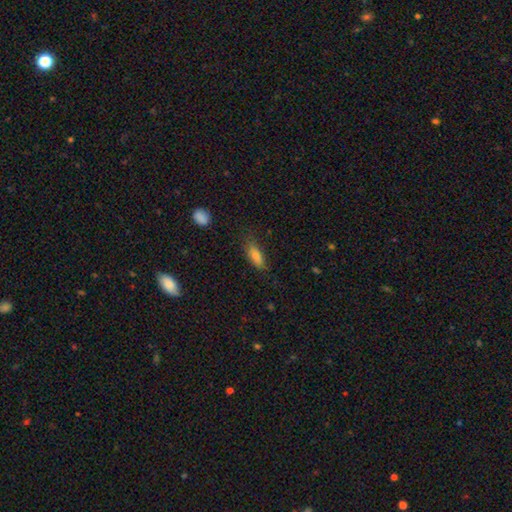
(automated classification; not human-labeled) A smooth galaxy with no disk features (76%) that is in between round and cigar-shaped (71%).

Vote fractions:
- Smooth or featured? smooth: 76% / featured or disk: 15% / star or artifact: 9%
- How rounded? in between: 71% / cigar-shaped: 26% / round: 3%
- Merging? none: 71% / minor disturbance: 22% / major disturbance: 6% / merger: 2%